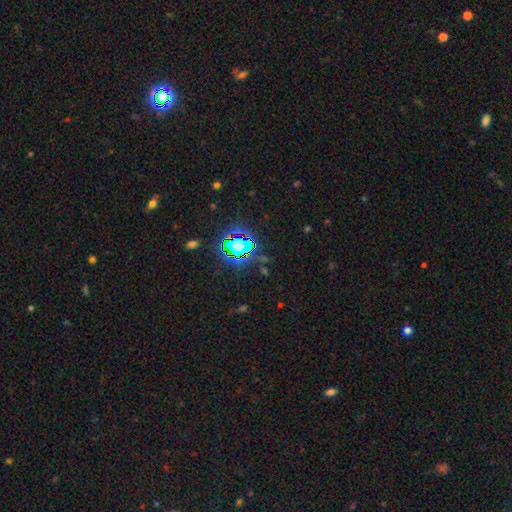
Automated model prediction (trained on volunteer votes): star or artifact 81%, smooth 11%, featured or disk 8%.